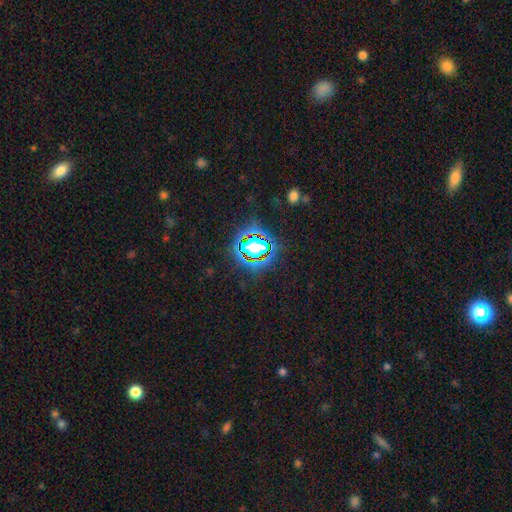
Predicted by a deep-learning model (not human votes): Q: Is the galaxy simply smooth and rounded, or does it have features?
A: star or artifact — 79%.